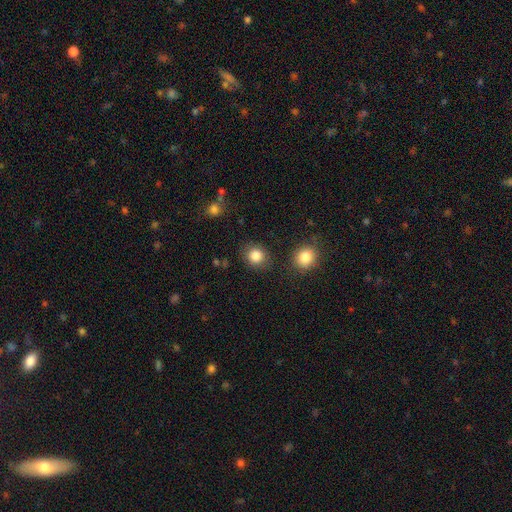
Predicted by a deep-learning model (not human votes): Smooth or featured? Predicted: smooth (p=0.85). How rounded? Predicted: round (p=0.80). Merging? Predicted: none (p=0.85).